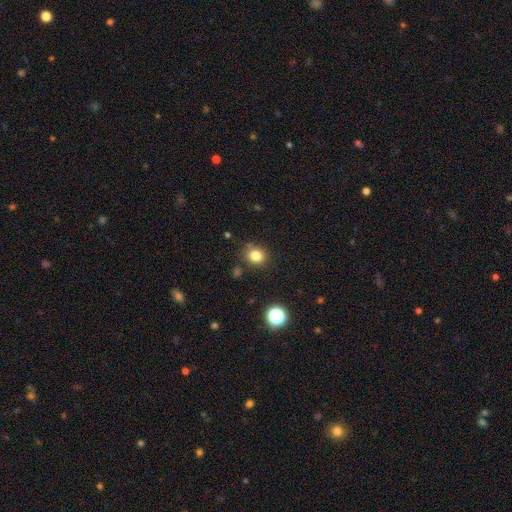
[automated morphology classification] Smooth or featured?
  - smooth: 81% *
  - star or artifact: 13%
  - featured or disk: 6%
How rounded?
  - round: 74% *
  - in between: 26%
  - cigar-shaped: 1%
Merging?
  - none: 80% *
  - minor disturbance: 12%
  - merger: 4%
  - major disturbance: 4%